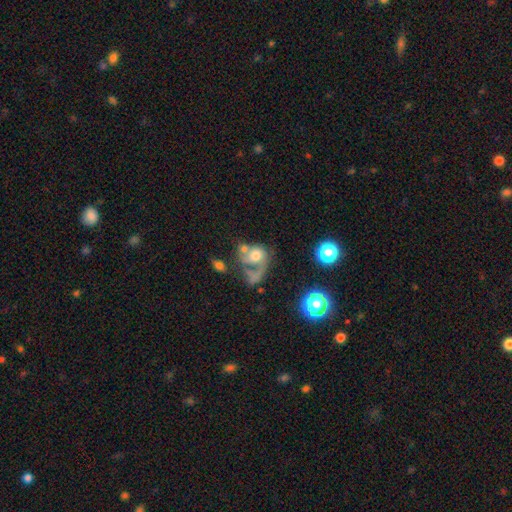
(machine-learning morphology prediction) Overall: featured or disk (52%; smooth 37%). Edge-on disk: no (97%). Bar: no (78%). Spiral arms: yes (61%; no 39%). Bulge size: moderate (48%; large 23%). Merging: major disturbance (38%; merger 34%).